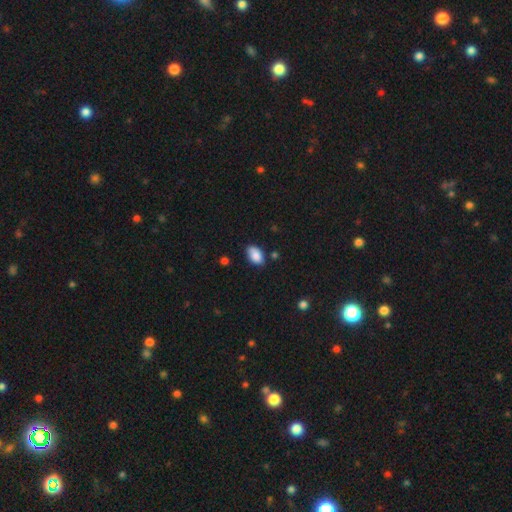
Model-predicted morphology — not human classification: This appears to be a smooth galaxy with no disk features (87%) that is in between round and cigar-shaped (91%). Merging: none (75%).